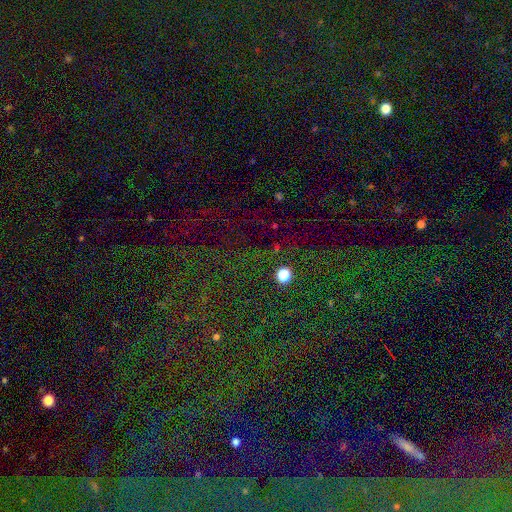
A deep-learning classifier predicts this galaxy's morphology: A star or artifact, not a galaxy (80%).